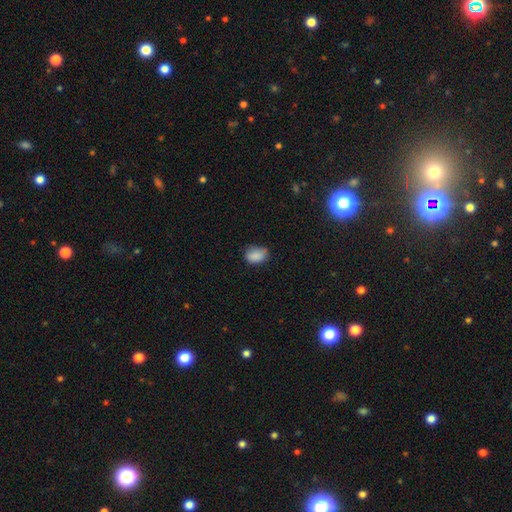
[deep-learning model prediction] Smooth or featured: smooth — 86% (star or artifact — 9%)
How rounded: in between — 77% (round — 22%)
Merging: none — 62% (minor disturbance — 31%)